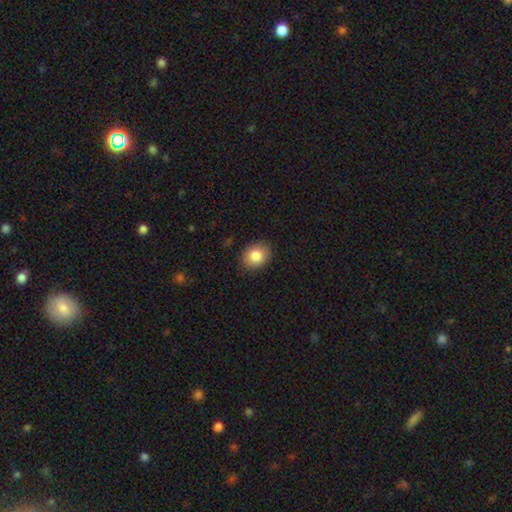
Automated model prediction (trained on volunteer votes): Smooth or featured? Predicted: smooth (p=0.84). How rounded? Predicted: round (p=0.54). Merging? Predicted: none (p=0.88).